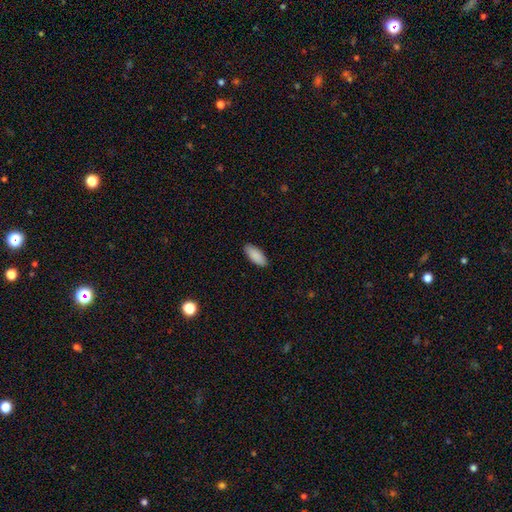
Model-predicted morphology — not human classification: Smooth or featured? Predicted: smooth (p=0.90). How rounded? Predicted: in between (p=0.85). Merging? Predicted: none (p=0.89).